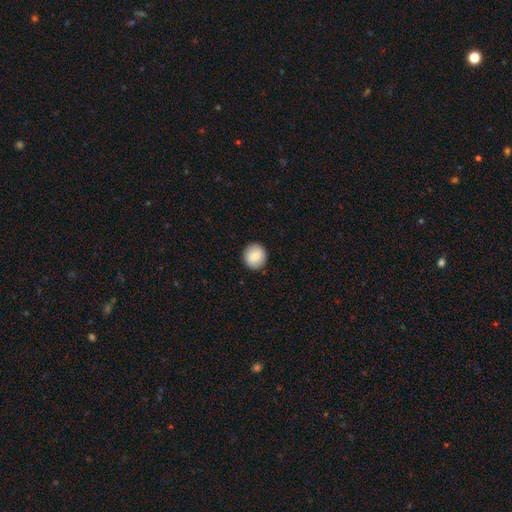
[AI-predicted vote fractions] A smooth galaxy with no disk features (81%) that is round (89%).

Vote fractions:
- Smooth or featured? smooth: 81% / featured or disk: 11% / star or artifact: 8%
- How rounded? round: 89% / in between: 10% / cigar-shaped: 1%
- Merging? none: 91% / minor disturbance: 6% / major disturbance: 2% / merger: 1%